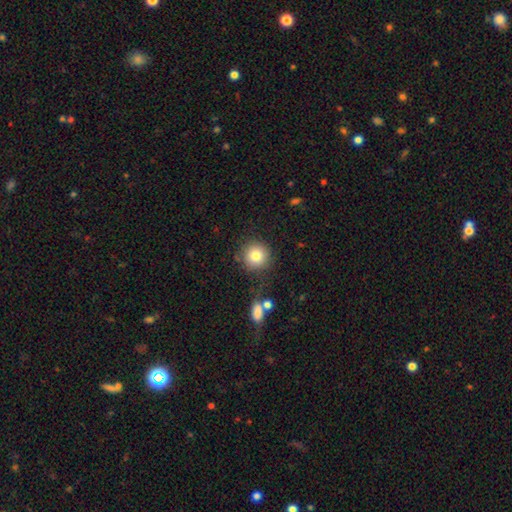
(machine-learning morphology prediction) smooth_or_featured: smooth (p=0.82) [alt: star or artifact p=0.10]
how_rounded: round (p=0.93) [alt: in between p=0.06]
merging: none (p=0.81) [alt: minor disturbance p=0.10]